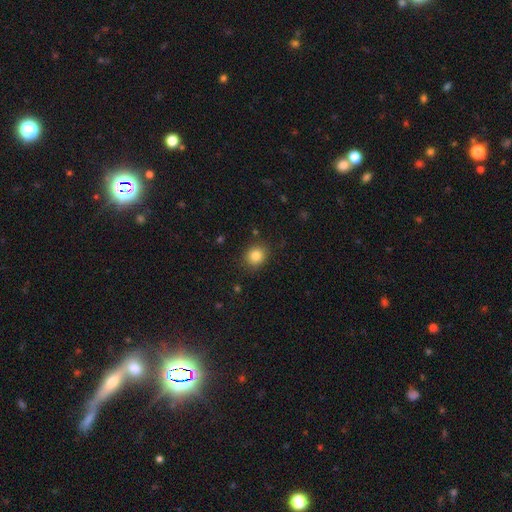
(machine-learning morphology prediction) smooth 83%, star or artifact 11%, featured or disk 6%. Down the decision tree: how rounded — round (75%); merging — none (86%).